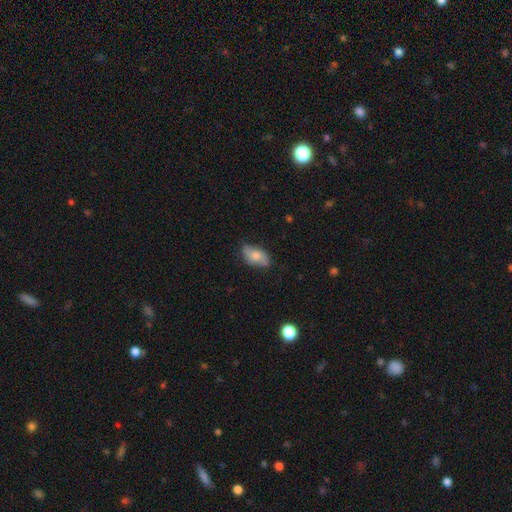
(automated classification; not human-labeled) A smooth galaxy with no disk features (67%) that is in between round and cigar-shaped (91%). Merging: none (74%).